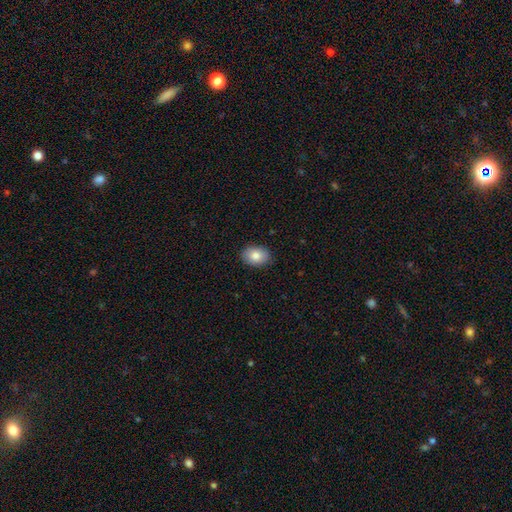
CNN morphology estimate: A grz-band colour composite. It shows a smooth galaxy with no disk features (84%) that is in between round and cigar-shaped (79%). Merging: none (88%).